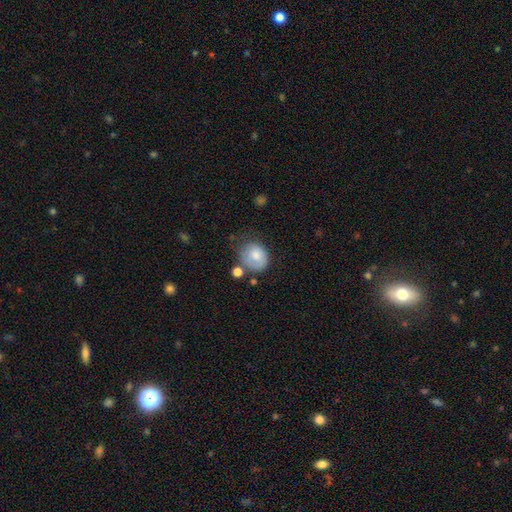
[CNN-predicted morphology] This appears to be a smooth galaxy with no disk features (73%) that is round (59%). Merging: none (47%).